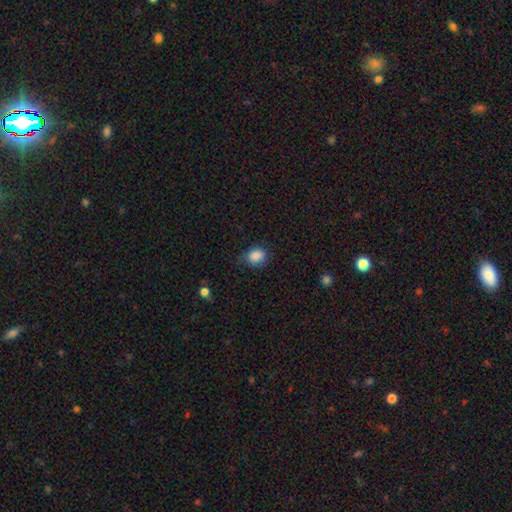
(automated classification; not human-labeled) Smooth or featured?
  - smooth: 87% *
  - star or artifact: 9%
  - featured or disk: 5%
How rounded?
  - round: 58% *
  - in between: 41%
  - cigar-shaped: 1%
Merging?
  - none: 65% *
  - minor disturbance: 27%
  - major disturbance: 7%
  - merger: 2%